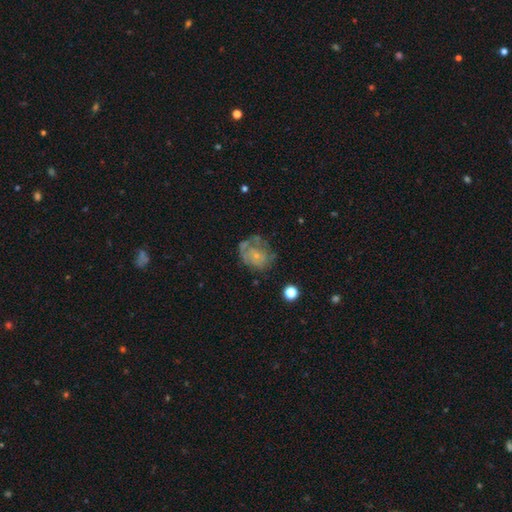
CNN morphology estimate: smooth_or_featured: featured or disk (p=0.55) [alt: smooth p=0.35]
disk_edge_on: no (p=0.97) [alt: yes p=0.03]
bar: no (p=0.87) [alt: weak p=0.11]
has_spiral_arms: no (p=0.52) [alt: yes p=0.48]
bulge_size: small (p=0.73) [alt: moderate p=0.14]
merging: none (p=0.43) [alt: major disturbance p=0.27]